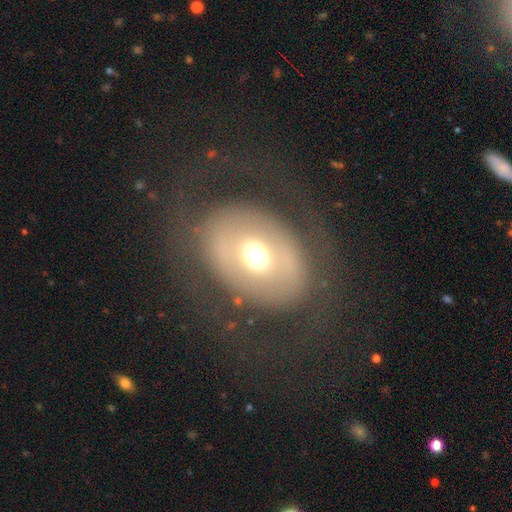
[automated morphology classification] smooth-or-featured: featured or disk: 46% | smooth: 43% | star or artifact: 11%
  merging: none: 63% | major disturbance: 21% | minor disturbance: 14% | merger: 2%